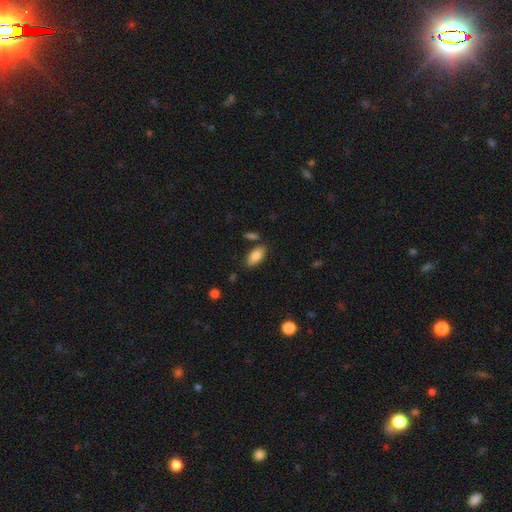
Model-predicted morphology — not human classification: A smooth galaxy with no disk features (81%) that is in between round and cigar-shaped (88%). Merging: none (81%).